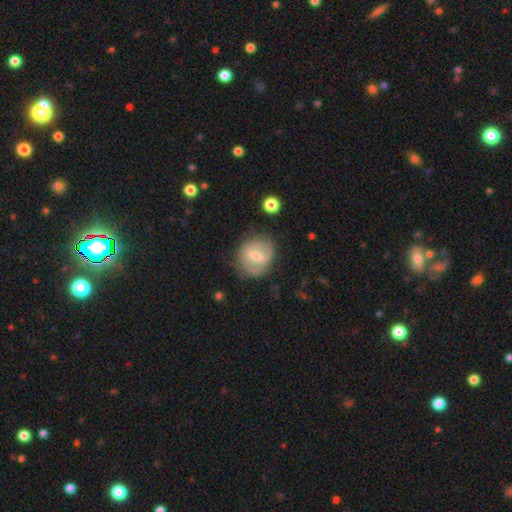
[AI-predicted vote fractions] Q: Smooth or featured?
A: featured or disk (55%); runner-up: smooth (37%)
Q: Edge-on disk?
A: no (95%); runner-up: yes (5%)
Q: Bar?
A: weak (47%); runner-up: strong (37%)
Q: Spiral arms?
A: yes (54%); runner-up: no (46%)
Q: Bulge size?
A: moderate (50%); runner-up: small (44%)
Q: Merging?
A: none (72%); runner-up: minor disturbance (19%)